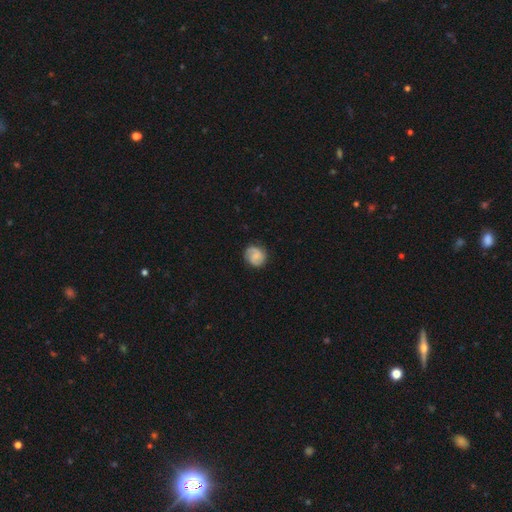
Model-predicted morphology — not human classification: smooth-or-featured: featured or disk: 56% | smooth: 36% | star or artifact: 8%
  disk-edge-on: no: 98% | yes: 2%
    bar: no: 51% | weak: 40% | strong: 9%
    has-spiral-arms: yes: 94% | no: 6%
      spiral-winding: tight: 43% | medium: 41% | loose: 16%
      spiral-arm-count: 2: 74% | 1: 11% | can't tell: 9% | 3: 4% | 4: 1% | more than 4: 1%
    bulge-size: none: 48% | small: 32% | moderate: 14% | large: 4% | dominant: 1%
  merging: none: 81% | minor disturbance: 13% | major disturbance: 5% | merger: 1%